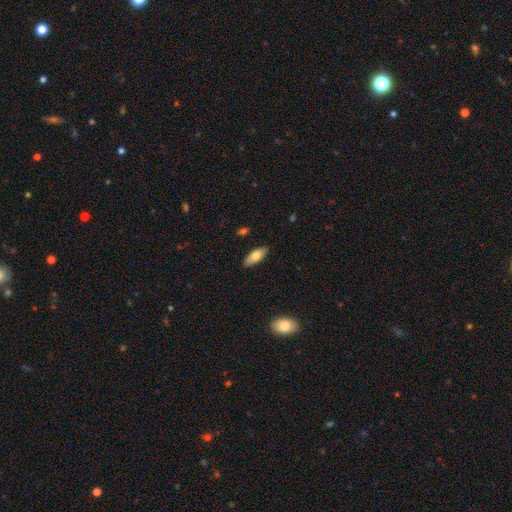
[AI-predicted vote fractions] Overall: smooth (73%). How rounded: in between (77%). Merging: none (88%).